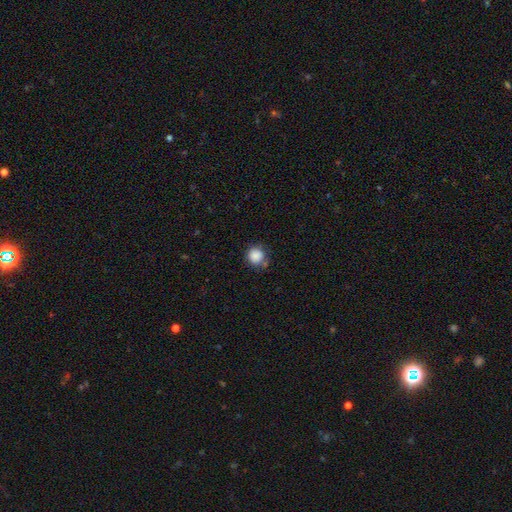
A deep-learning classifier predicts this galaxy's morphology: Overall: smooth (87%). How rounded: round (91%). Merging: none (74%).